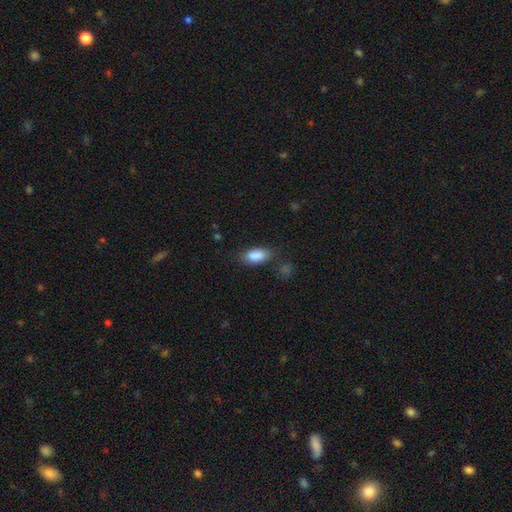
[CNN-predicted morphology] A smooth galaxy with no disk features (88%) that is in between round and cigar-shaped (89%). Merging: none (71%).